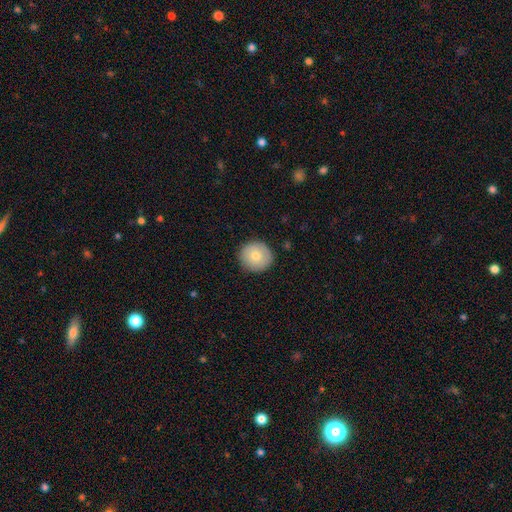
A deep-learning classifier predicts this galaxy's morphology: Q: Smooth or featured?
A: smooth (75%); runner-up: featured or disk (17%)
Q: How rounded?
A: round (92%); runner-up: in between (7%)
Q: Merging?
A: none (90%); runner-up: minor disturbance (7%)